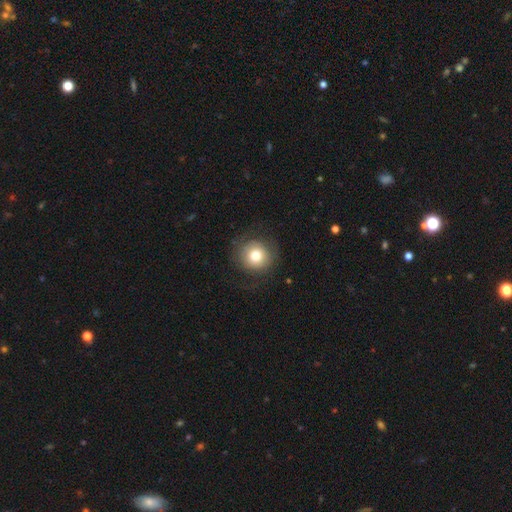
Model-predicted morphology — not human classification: The model was most divided on "smooth or featured": smooth: 71%, featured or disk: 20%, star or artifact: 9%. More confident: how rounded — round (92%); merging — none (77%).